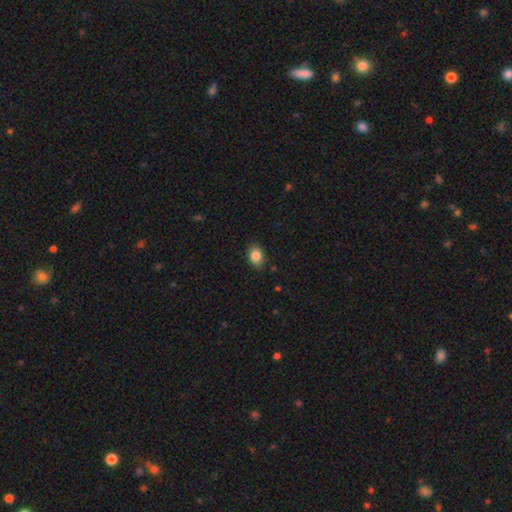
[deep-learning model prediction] This is clearly a smooth galaxy (85%). How rounded: likely in between (68%). Merging: clearly none (85%).